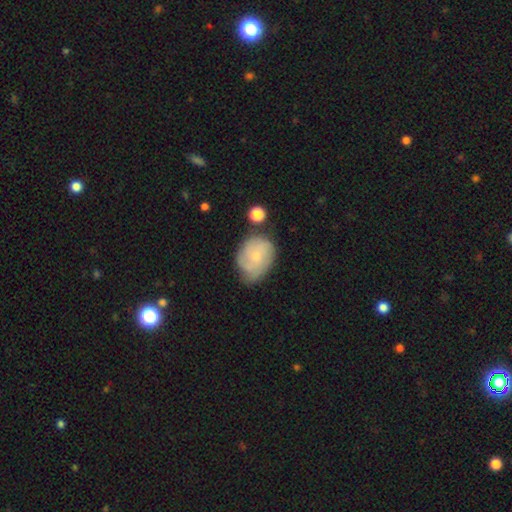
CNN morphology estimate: featured or disk 54%, smooth 39%, star or artifact 7%. Down the decision tree: edge-on disk — no (97%); bar — no (77%); spiral arms — yes (82%); bulge size — small (68%); merging — none (57%).